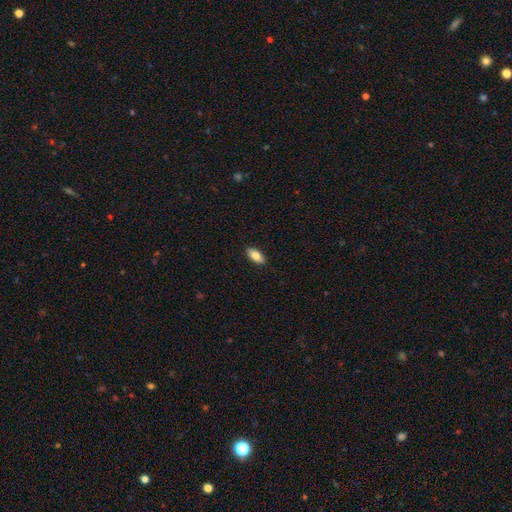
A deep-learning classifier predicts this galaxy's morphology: Smooth or featured?
  - smooth: 84% *
  - featured or disk: 9%
  - star or artifact: 7%
How rounded?
  - in between: 89% *
  - cigar-shaped: 9%
  - round: 2%
Merging?
  - none: 90% *
  - minor disturbance: 8%
  - major disturbance: 2%
  - merger: 1%